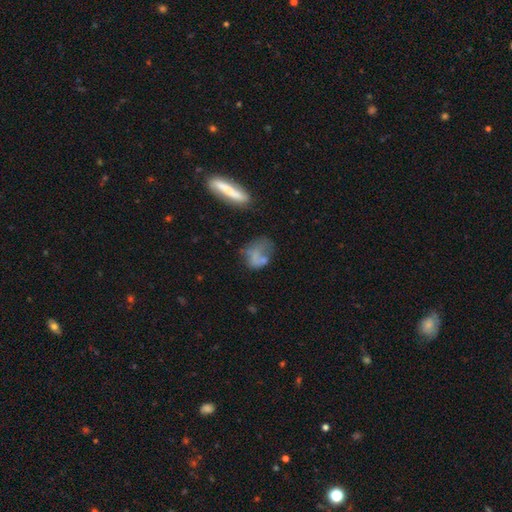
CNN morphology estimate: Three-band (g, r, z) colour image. It shows a smooth galaxy with no disk features (57%) that is in between round and cigar-shaped (67%). Merging: none (32%, tied with major disturbance).